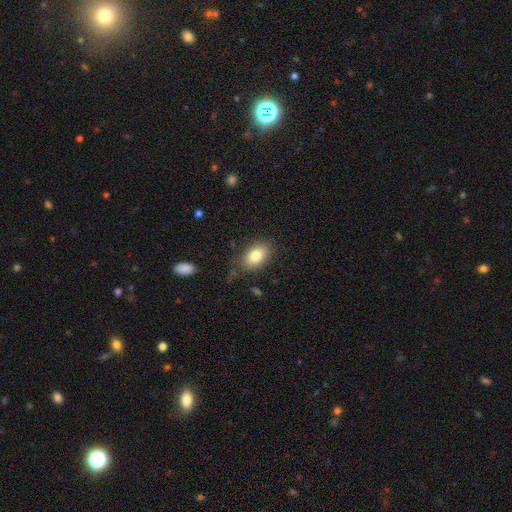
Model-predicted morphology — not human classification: The model was most divided on "merging": none: 81%, minor disturbance: 13%, major disturbance: 4%, merger: 2%. More confident: how rounded — in between (88%); smooth or featured — smooth (81%).